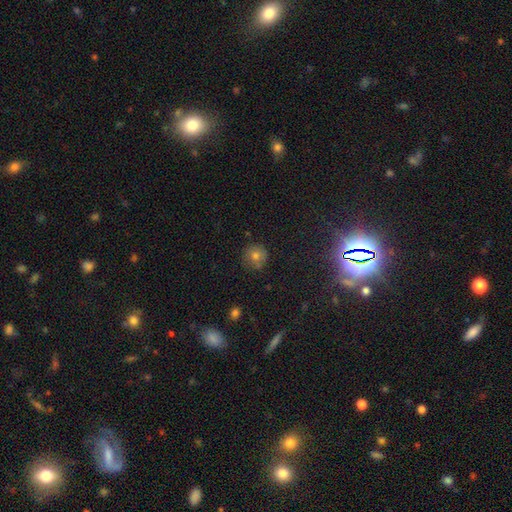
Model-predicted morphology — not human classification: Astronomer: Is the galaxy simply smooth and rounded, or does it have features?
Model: smooth — 67%.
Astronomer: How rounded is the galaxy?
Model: round — 92%.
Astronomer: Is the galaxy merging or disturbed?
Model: none — 80%.